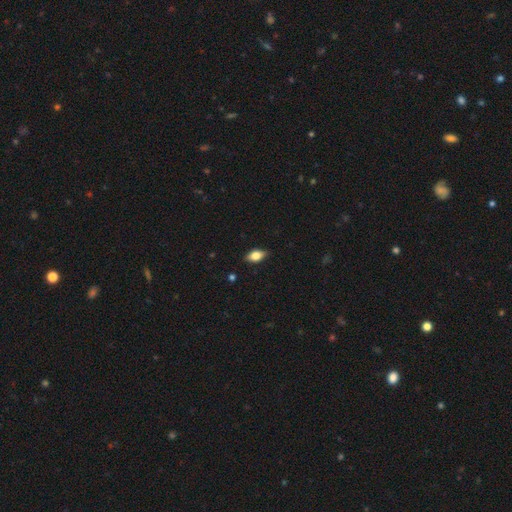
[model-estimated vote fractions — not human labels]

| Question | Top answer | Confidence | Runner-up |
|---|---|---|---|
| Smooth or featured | smooth | 75% | featured or disk (18%) |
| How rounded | in between | 87% | cigar-shaped (7%) |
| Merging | none | 86% | minor disturbance (11%) |